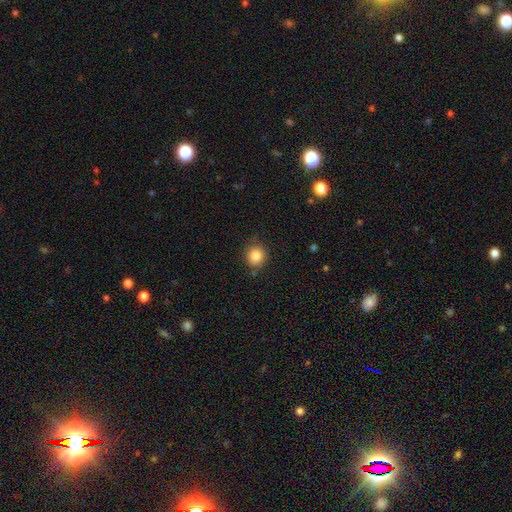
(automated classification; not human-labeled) Smooth or featured? Predicted: smooth (p=0.84). How rounded? Predicted: round (p=0.86). Merging? Predicted: none (p=0.81).